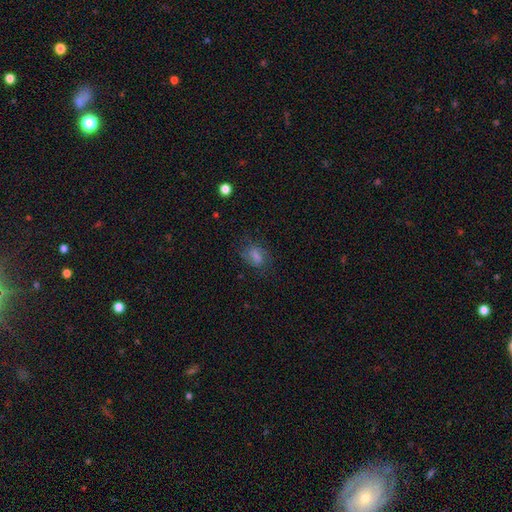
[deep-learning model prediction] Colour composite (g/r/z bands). It shows a smooth galaxy with no disk features (52%) that is in between round and cigar-shaped (76%). Merging: none (62%).